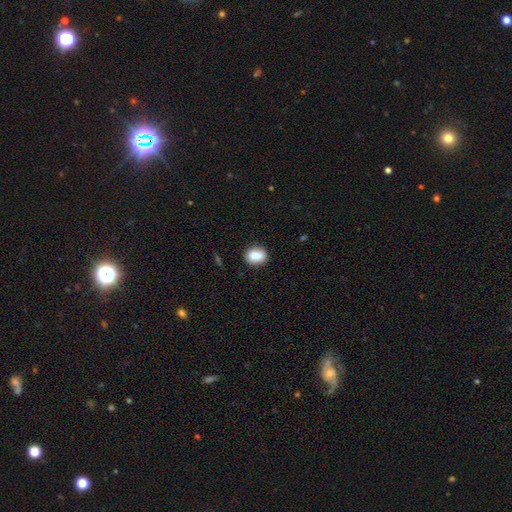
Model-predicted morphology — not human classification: A smooth galaxy with no disk features (85%) that is in between round and cigar-shaped (51%). Merging: none (84%).